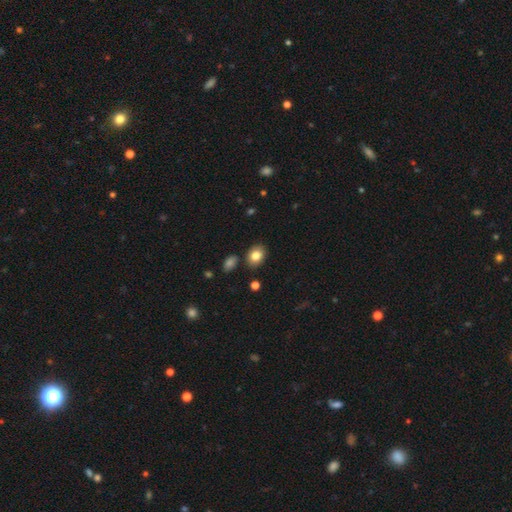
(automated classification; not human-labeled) Q: Smooth or featured?
A: smooth (82%); runner-up: featured or disk (9%)
Q: How rounded?
A: in between (64%); runner-up: round (35%)
Q: Merging?
A: none (83%); runner-up: minor disturbance (10%)